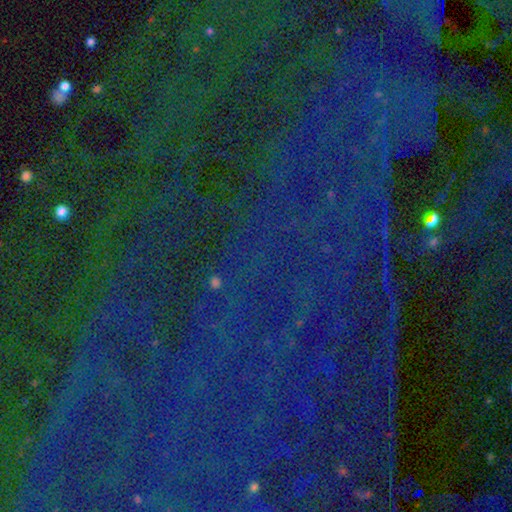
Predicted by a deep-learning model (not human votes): Morphology: type=star or artifact (84%).